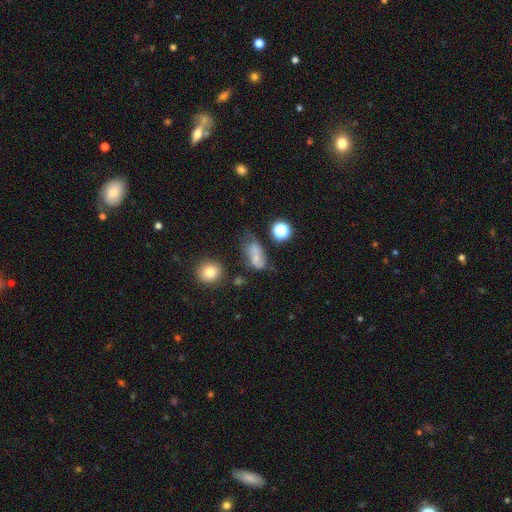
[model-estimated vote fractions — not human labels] Smooth or featured? smooth (48%)
Merging? none (41%)